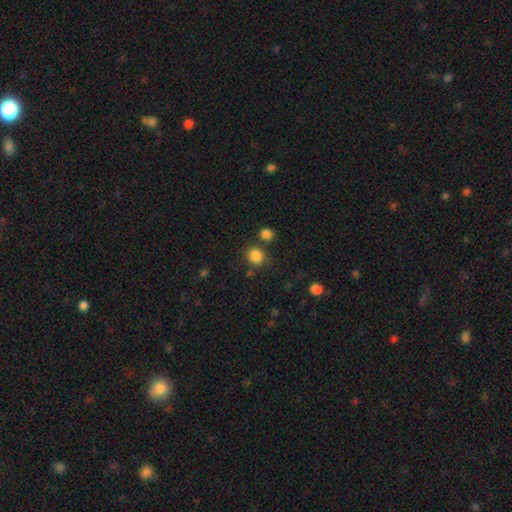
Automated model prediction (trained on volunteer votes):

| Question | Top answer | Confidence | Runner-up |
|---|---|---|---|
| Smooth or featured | smooth | 85% | star or artifact (11%) |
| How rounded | round | 84% | in between (15%) |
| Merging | none | 76% | merger (11%) |